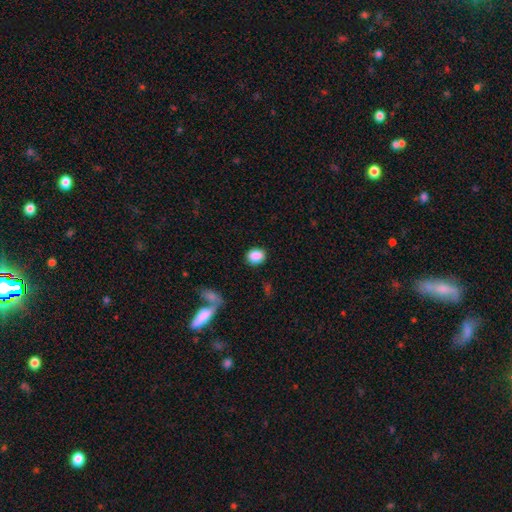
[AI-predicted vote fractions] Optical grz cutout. It shows a smooth galaxy with no disk features (88%) that is in between round and cigar-shaped (50%). Merging: none (85%).